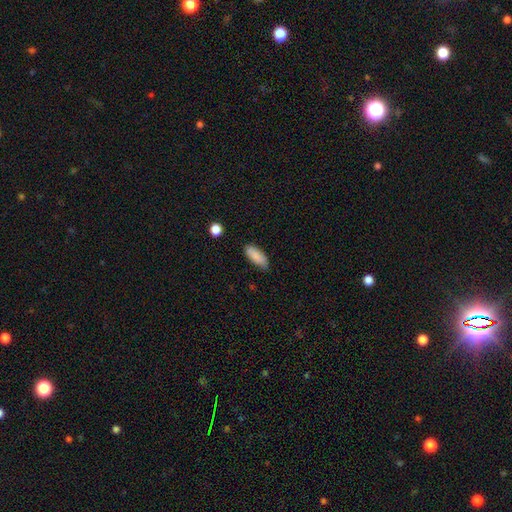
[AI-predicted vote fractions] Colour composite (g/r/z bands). It shows a smooth galaxy with no disk features (87%) that is in between round and cigar-shaped (77%). Merging: none (79%).